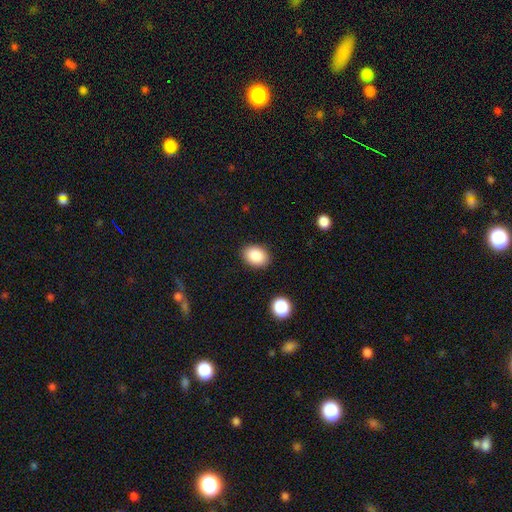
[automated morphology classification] Q: Smooth or featured?
A: smooth (88%); runner-up: star or artifact (8%)
Q: How rounded?
A: in between (72%); runner-up: round (27%)
Q: Merging?
A: none (88%); runner-up: minor disturbance (8%)